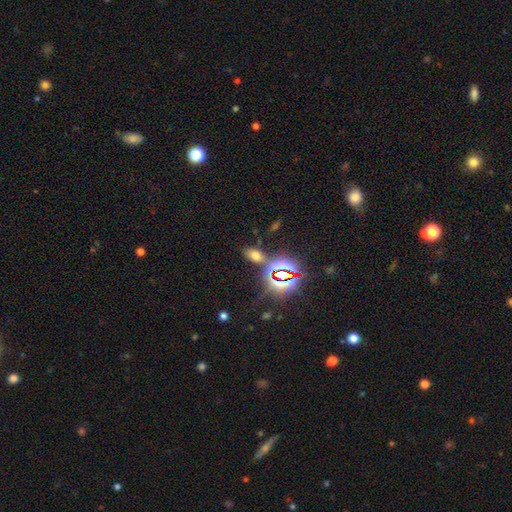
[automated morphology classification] Smooth or featured? Predicted: smooth (p=0.56). How rounded? Predicted: in between (p=0.88). Merging? Predicted: none (p=0.76).